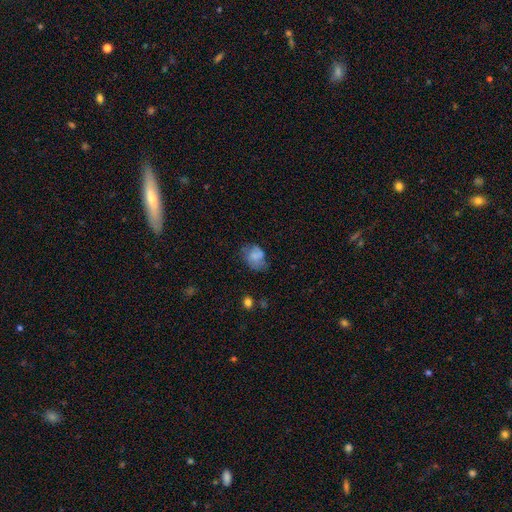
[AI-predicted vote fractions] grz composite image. It shows a smooth galaxy with no disk features (67%) that is in between round and cigar-shaped (55%). Merging: none (49%).